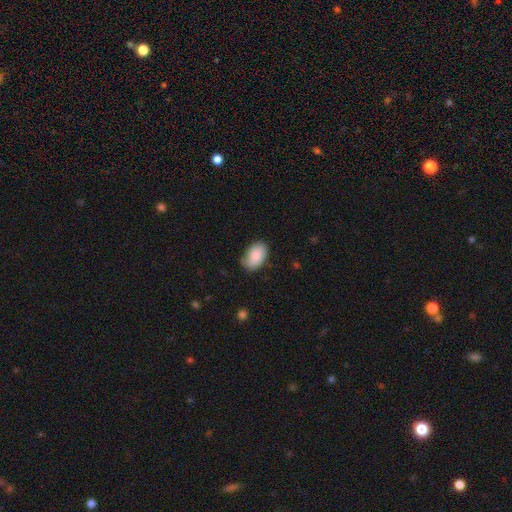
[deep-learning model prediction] Smooth or featured? Predicted: smooth (p=0.87). How rounded? Predicted: in between (p=0.91). Merging? Predicted: none (p=0.76).